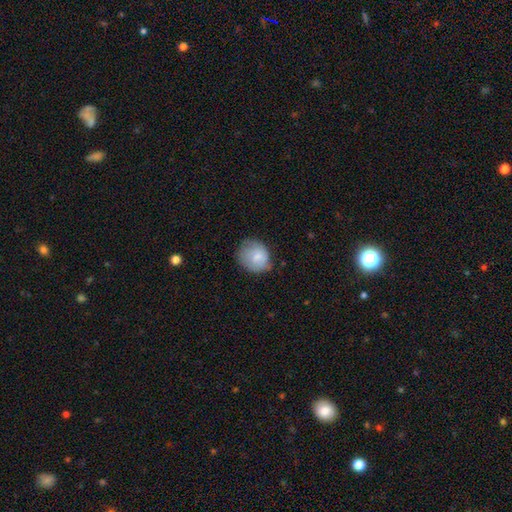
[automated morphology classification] This is likely a smooth galaxy (78%). How rounded: likely round (70%). Merging: possibly none (59%).